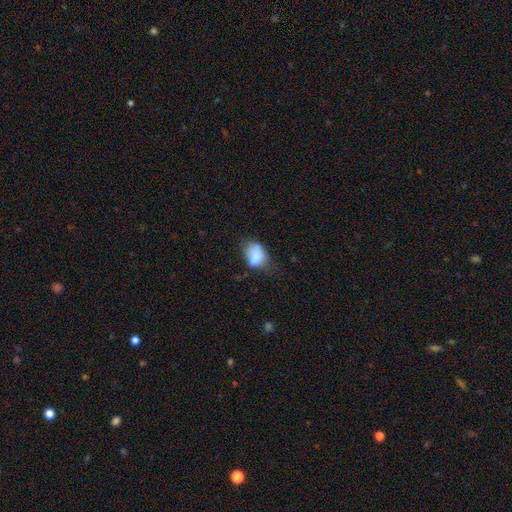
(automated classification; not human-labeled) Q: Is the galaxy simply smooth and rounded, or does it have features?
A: smooth — 81%.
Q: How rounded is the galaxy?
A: in between — 79%.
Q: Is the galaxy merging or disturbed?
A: none — 43%.